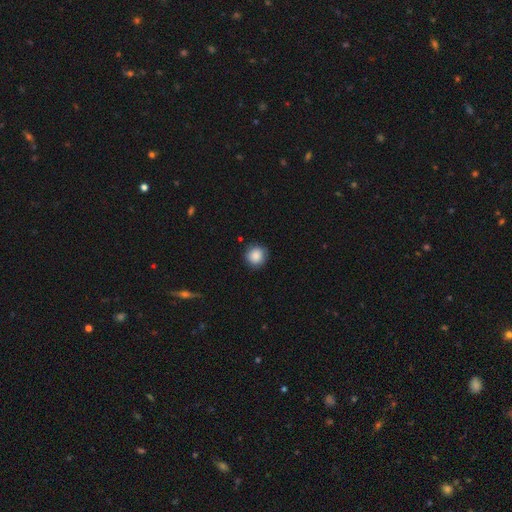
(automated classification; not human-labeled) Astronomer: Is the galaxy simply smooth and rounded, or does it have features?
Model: smooth — 87%.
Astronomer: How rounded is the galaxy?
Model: round — 93%.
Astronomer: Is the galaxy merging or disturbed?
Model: none — 87%.